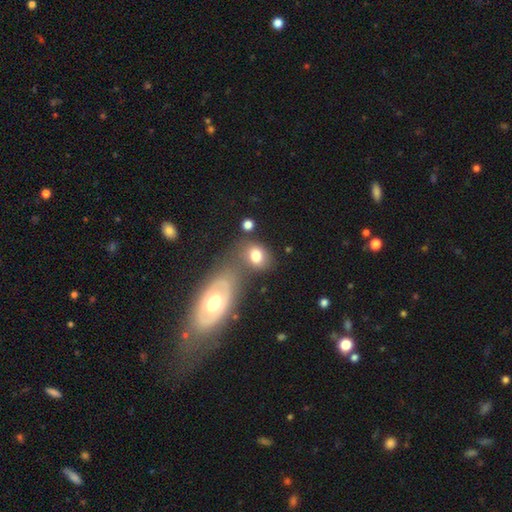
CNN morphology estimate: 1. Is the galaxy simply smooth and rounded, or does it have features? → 72% smooth, 19% featured or disk, 10% star or artifact.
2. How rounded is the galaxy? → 62% in between, 37% round, 2% cigar-shaped.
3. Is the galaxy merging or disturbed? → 44% none, 33% merger, 15% minor disturbance, 8% major disturbance.